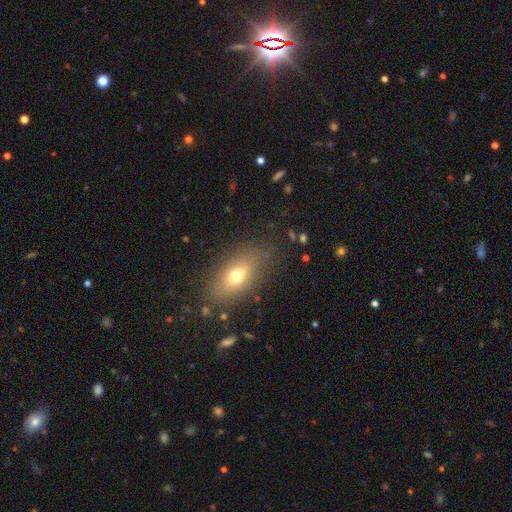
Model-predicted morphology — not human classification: The model was most divided on "smooth or featured": smooth: 65%, featured or disk: 18%, star or artifact: 17%. More confident: merging — none (81%); how rounded — in between (80%).